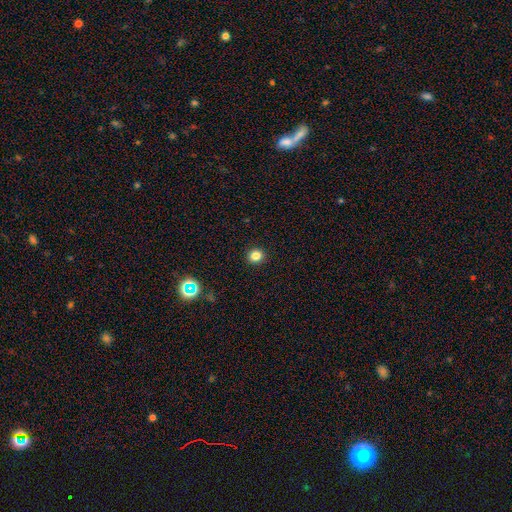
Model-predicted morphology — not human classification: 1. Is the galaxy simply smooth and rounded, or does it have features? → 82% smooth, 13% star or artifact, 5% featured or disk.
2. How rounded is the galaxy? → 88% round, 11% in between, 1% cigar-shaped.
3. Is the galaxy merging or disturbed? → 93% none, 5% minor disturbance, 2% major disturbance, 1% merger.